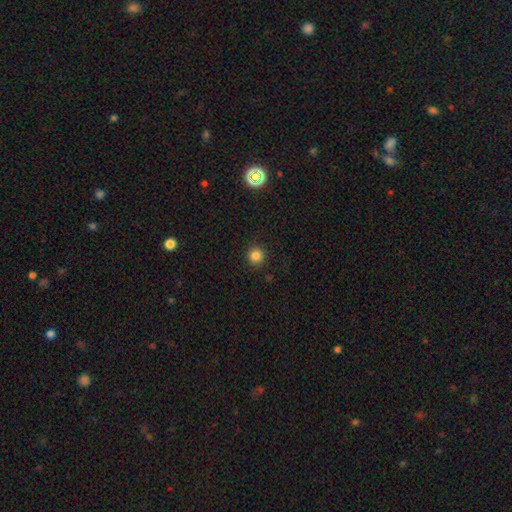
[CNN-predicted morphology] The model was most divided on "smooth or featured": smooth: 83%, star or artifact: 14%, featured or disk: 4%. More confident: how rounded — round (93%); merging — none (90%).